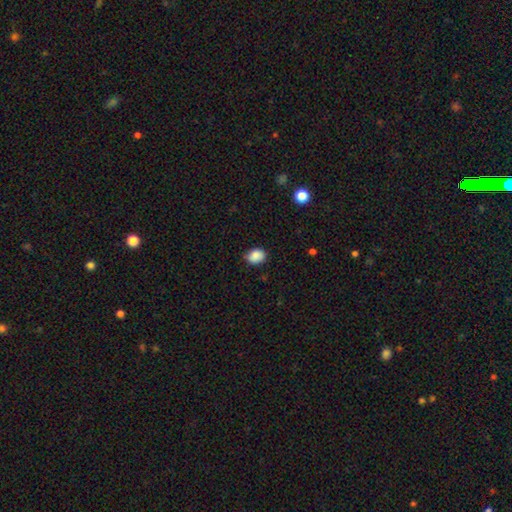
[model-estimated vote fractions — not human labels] A smooth galaxy with no disk features (87%) that is in between round and cigar-shaped (64%).

Vote fractions:
- Smooth or featured? smooth: 87% / star or artifact: 8% / featured or disk: 5%
- How rounded? in between: 64% / round: 35% / cigar-shaped: 1%
- Merging? none: 79% / minor disturbance: 17% / major disturbance: 3% / merger: 1%